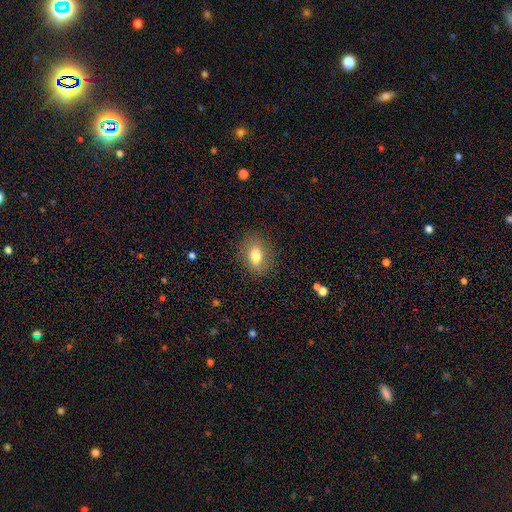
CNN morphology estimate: This is likely a smooth galaxy (76%). How rounded: likely in between (78%). Merging: clearly none (84%).